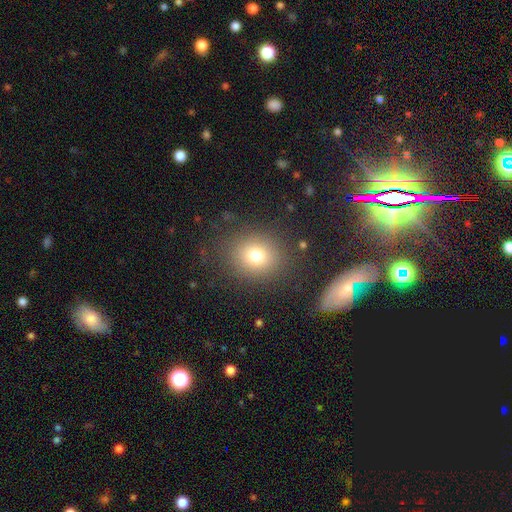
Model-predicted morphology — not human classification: smooth 74%, star or artifact 15%, featured or disk 11%. Down the decision tree: how rounded — round (75%); merging — none (83%).